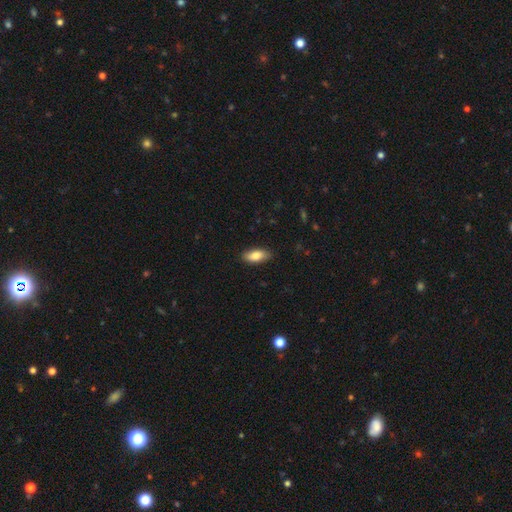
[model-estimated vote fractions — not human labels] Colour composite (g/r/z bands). It shows a smooth galaxy with no disk features (83%) that is in between round and cigar-shaped (85%). Merging: none (87%).